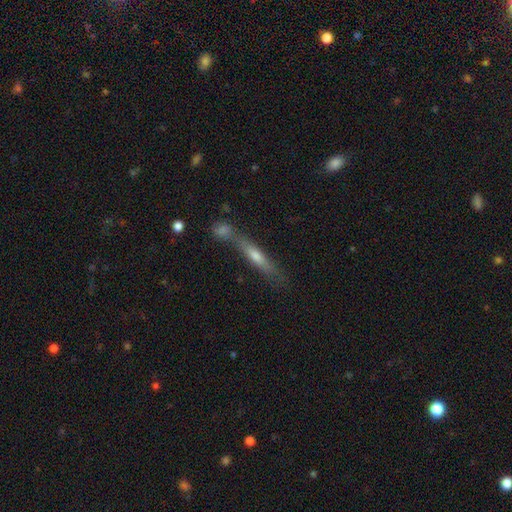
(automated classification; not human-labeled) smooth-or-featured: featured or disk: 47% | smooth: 45% | star or artifact: 8%
  merging: none: 54% | merger: 28% | minor disturbance: 13% | major disturbance: 5%